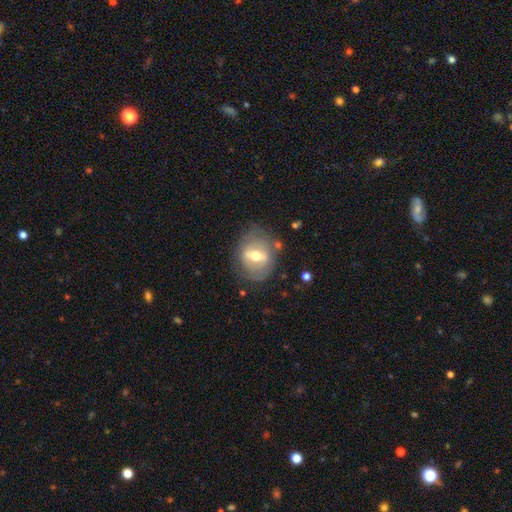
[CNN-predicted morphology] smooth_or_featured: featured or disk (p=0.59) [alt: smooth p=0.33]
disk_edge_on: no (p=0.88) [alt: yes p=0.12]
bar: strong (p=0.47) [alt: weak p=0.38]
has_spiral_arms: no (p=0.75) [alt: yes p=0.25]
bulge_size: moderate (p=0.71) [alt: small p=0.16]
merging: none (p=0.69) [alt: minor disturbance p=0.19]